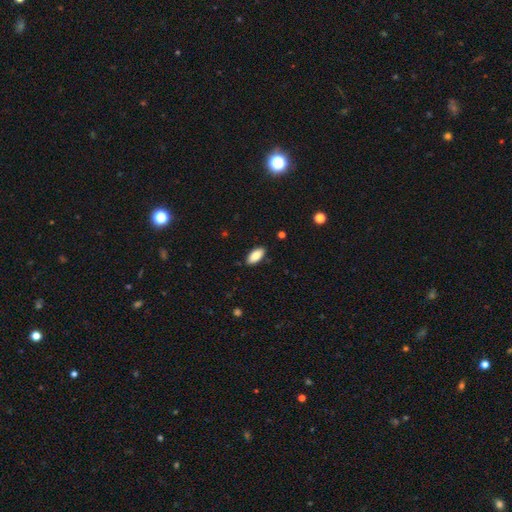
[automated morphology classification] Q: Smooth or featured?
A: smooth (87%); runner-up: star or artifact (6%)
Q: How rounded?
A: in between (90%); runner-up: cigar-shaped (8%)
Q: Merging?
A: none (87%); runner-up: minor disturbance (10%)